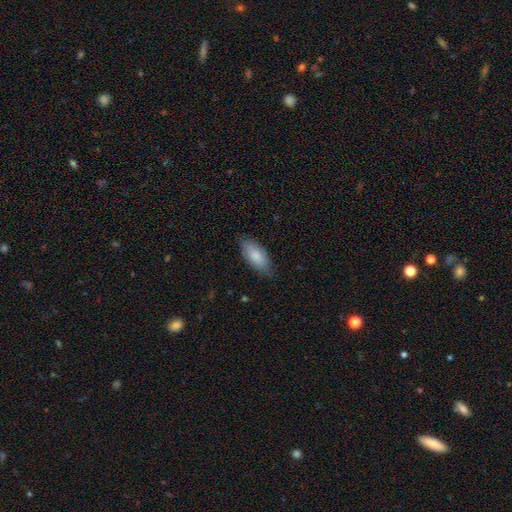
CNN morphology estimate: This is clearly a smooth galaxy (85%). How rounded: clearly in between (87%). Merging: likely none (79%).